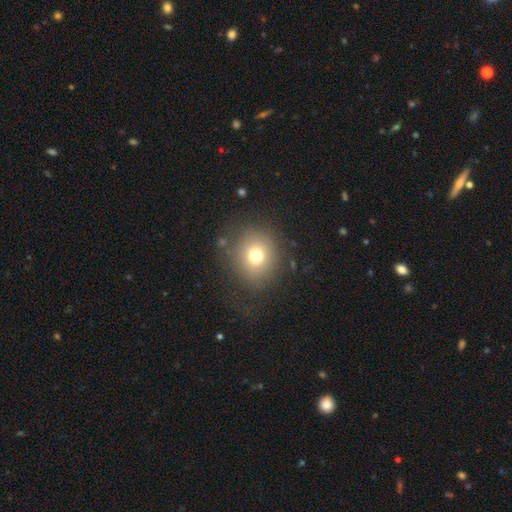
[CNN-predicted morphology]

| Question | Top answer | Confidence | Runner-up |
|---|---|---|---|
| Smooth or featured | smooth | 72% | star or artifact (14%) |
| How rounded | round | 81% | in between (18%) |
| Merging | none | 78% | minor disturbance (12%) |